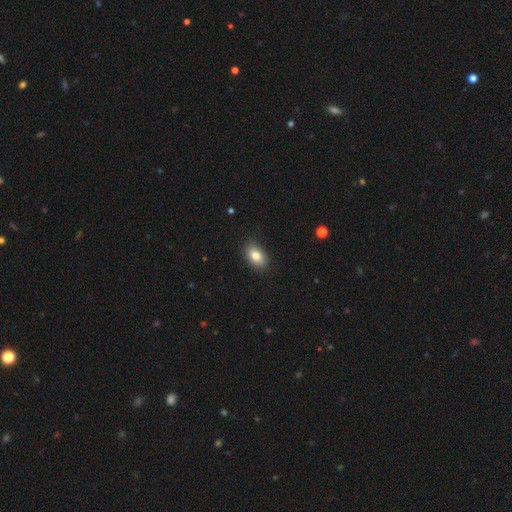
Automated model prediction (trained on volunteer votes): Smooth or featured? Predicted: smooth (p=0.83). How rounded? Predicted: in between (p=0.89). Merging? Predicted: none (p=0.87).